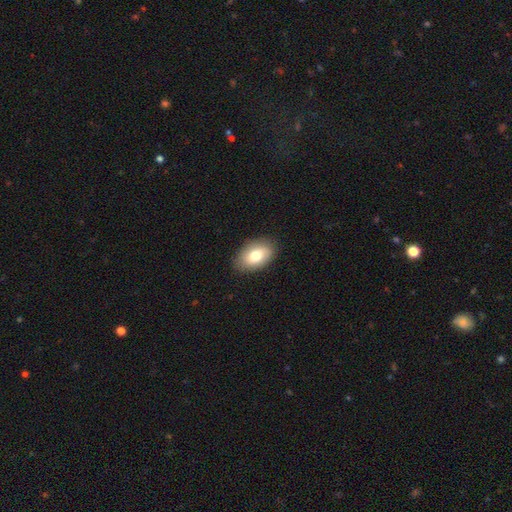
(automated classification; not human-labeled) A smooth galaxy with no disk features (78%) that is in between round and cigar-shaped (91%).

Vote fractions:
- Smooth or featured? smooth: 78% / featured or disk: 15% / star or artifact: 7%
- How rounded? in between: 91% / round: 7% / cigar-shaped: 1%
- Merging? none: 87% / minor disturbance: 10% / major disturbance: 2% / merger: 1%